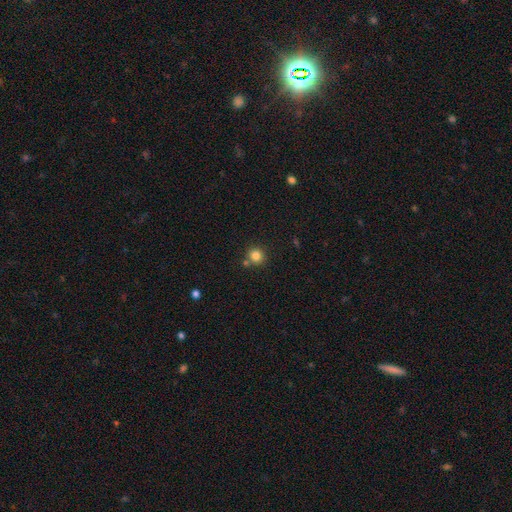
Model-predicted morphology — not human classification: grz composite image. It shows a smooth galaxy with no disk features (83%) that is round (91%). Merging: none (75%).